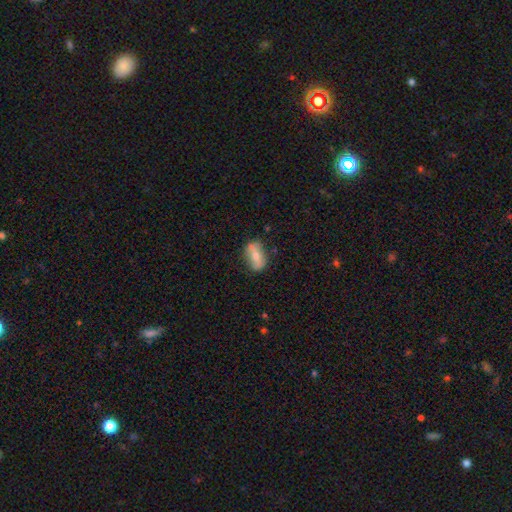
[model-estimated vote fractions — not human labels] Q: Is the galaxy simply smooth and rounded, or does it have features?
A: smooth — 49%.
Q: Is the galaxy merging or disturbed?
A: none — 76%.